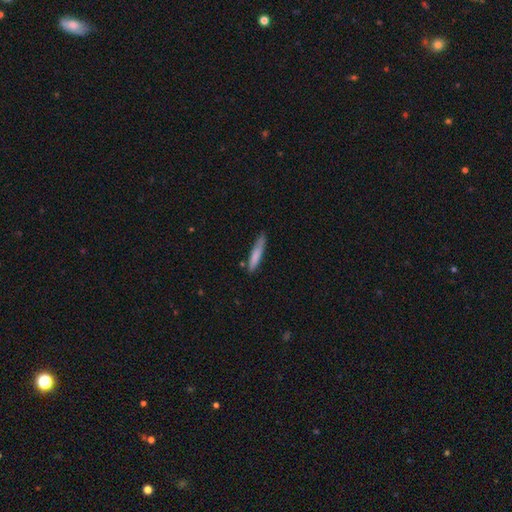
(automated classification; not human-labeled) This is likely a smooth galaxy (77%). How rounded: clearly cigar-shaped (89%). Merging: likely none (75%).